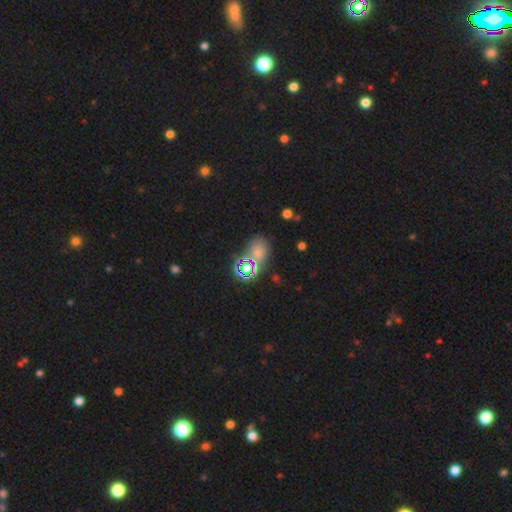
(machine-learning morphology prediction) Smooth or featured?
  - star or artifact: 46% *
  - smooth: 43%
  - featured or disk: 11%